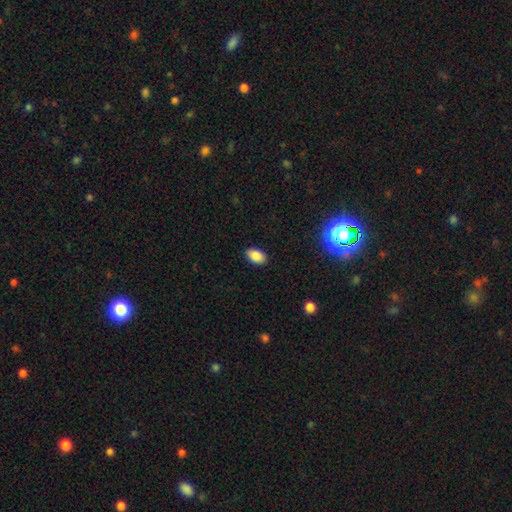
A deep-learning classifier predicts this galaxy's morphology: A smooth galaxy with no disk features (86%) that is in between round and cigar-shaped (91%). Merging: none (89%).